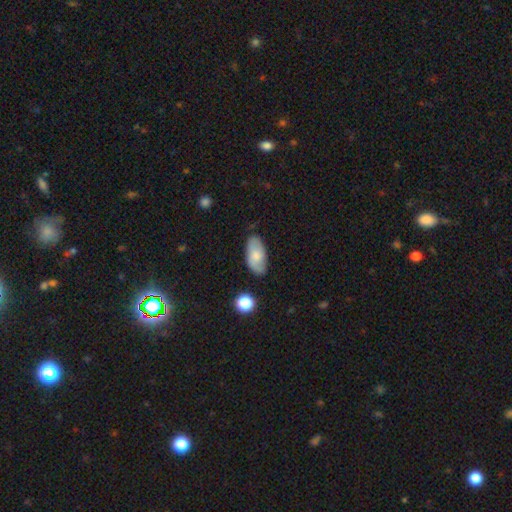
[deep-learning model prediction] Morphology: type=smooth (66%); roundness=in between (93%); merging=none (74%).